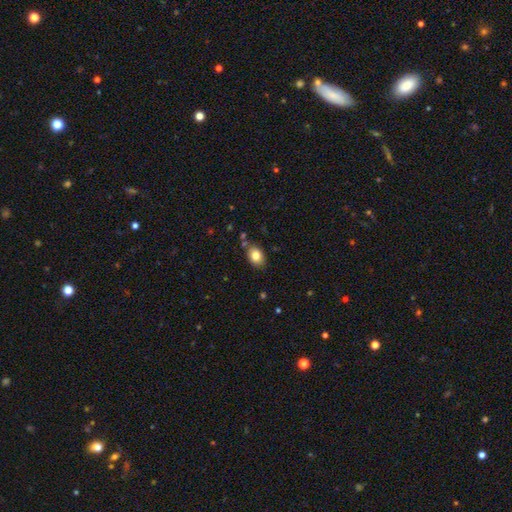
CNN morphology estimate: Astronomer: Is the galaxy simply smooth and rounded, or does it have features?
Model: smooth — 82%.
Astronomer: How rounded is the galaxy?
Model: in between — 76%.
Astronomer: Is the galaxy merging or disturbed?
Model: none — 79%.